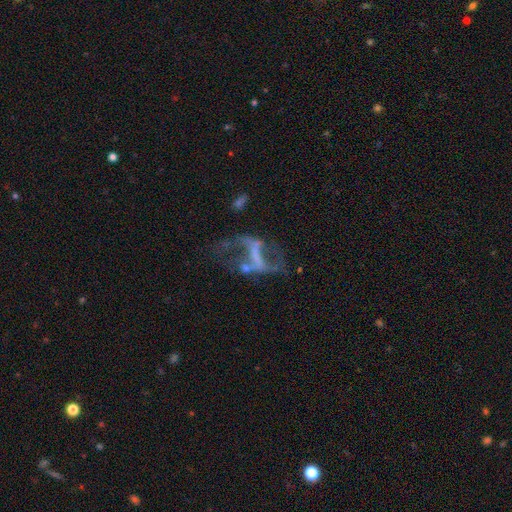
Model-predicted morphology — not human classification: smooth_or_featured: featured or disk (p=0.74) [alt: star or artifact p=0.14]
disk_edge_on: no (p=0.94) [alt: yes p=0.06]
bar: strong (p=0.47) [alt: no p=0.27]
has_spiral_arms: yes (p=0.51) [alt: no p=0.49]
bulge_size: none (p=0.66) [alt: small p=0.19]
merging: none (p=0.37) [alt: major disturbance p=0.36]